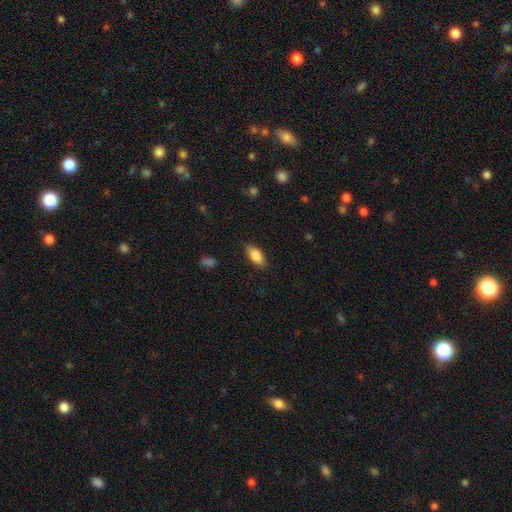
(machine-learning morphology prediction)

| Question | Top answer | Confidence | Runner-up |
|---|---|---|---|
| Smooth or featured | smooth | 86% | featured or disk (7%) |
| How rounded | in between | 87% | cigar-shaped (11%) |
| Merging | none | 84% | minor disturbance (12%) |